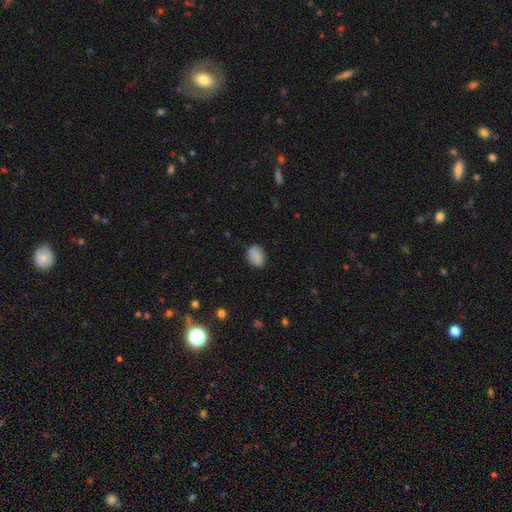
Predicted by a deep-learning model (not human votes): Q: Smooth or featured?
A: smooth (80%); runner-up: featured or disk (11%)
Q: How rounded?
A: in between (74%); runner-up: round (24%)
Q: Merging?
A: none (73%); runner-up: minor disturbance (18%)